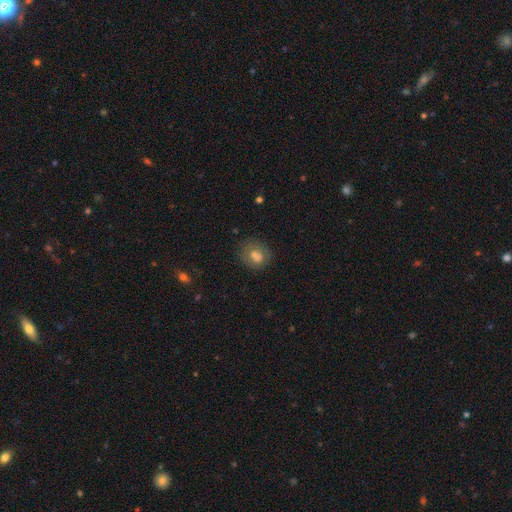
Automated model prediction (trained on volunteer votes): A smooth galaxy with no disk features (63%) that is round (63%). Merging: none (69%).